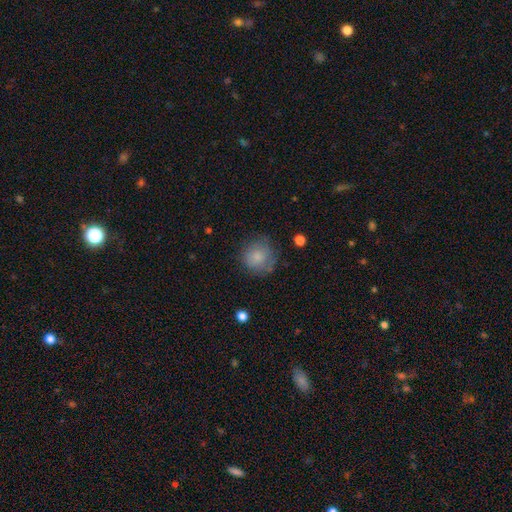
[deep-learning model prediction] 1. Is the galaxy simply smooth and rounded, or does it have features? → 75% smooth, 15% featured or disk, 10% star or artifact.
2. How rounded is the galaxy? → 91% round, 8% in between, 1% cigar-shaped.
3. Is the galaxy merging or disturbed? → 72% none, 20% minor disturbance, 7% major disturbance, 2% merger.